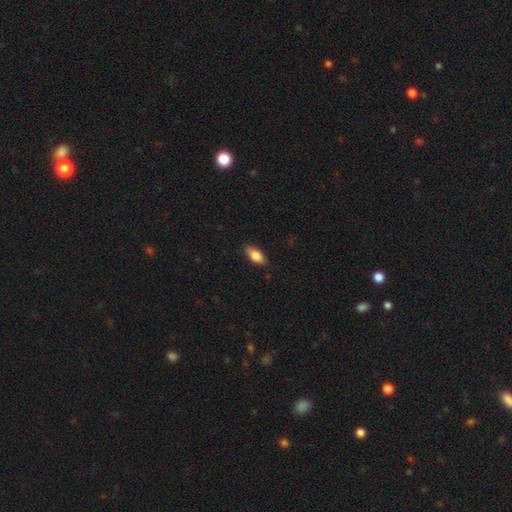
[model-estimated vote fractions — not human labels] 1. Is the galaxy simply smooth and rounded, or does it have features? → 84% smooth, 9% featured or disk, 7% star or artifact.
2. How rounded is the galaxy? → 89% in between, 8% cigar-shaped, 3% round.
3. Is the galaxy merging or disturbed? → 86% none, 11% minor disturbance, 2% major disturbance, 1% merger.